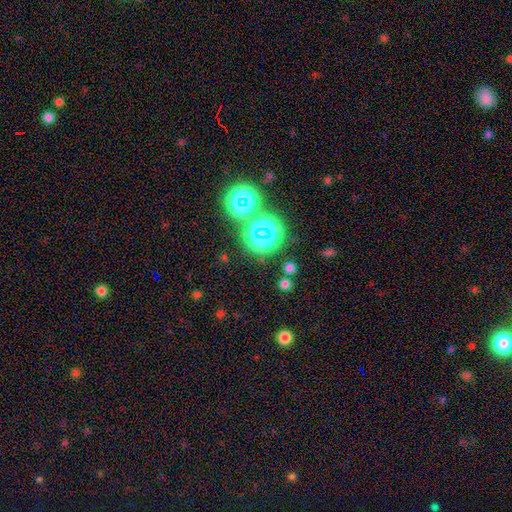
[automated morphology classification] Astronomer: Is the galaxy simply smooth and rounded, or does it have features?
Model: star or artifact — 72%.